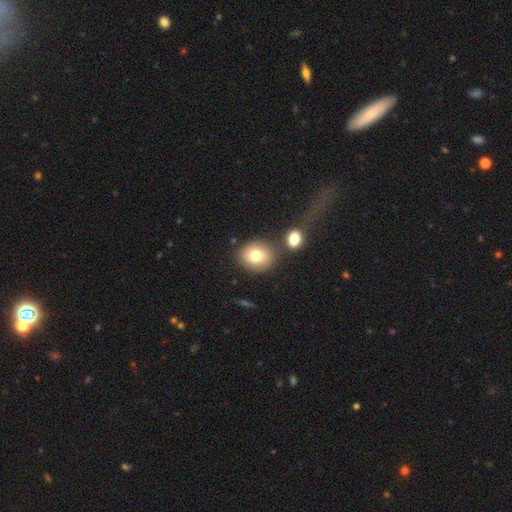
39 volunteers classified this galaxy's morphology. Q: Smooth or featured?
A: smooth (82%); runner-up: featured or disk (13%)
Q: How rounded?
A: round (81%); runner-up: in between (19%)
Q: Merging?
A: none (76%); runner-up: minor disturbance (14%)